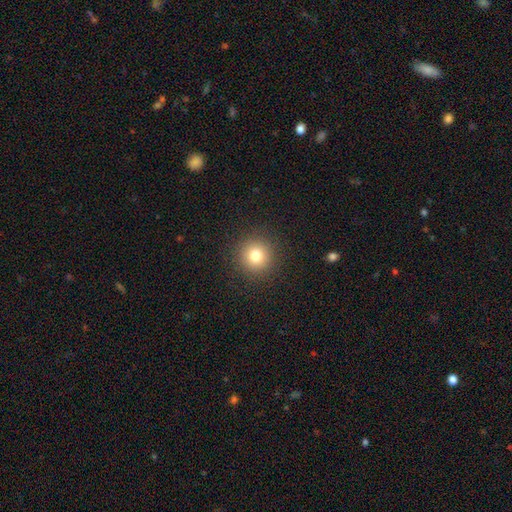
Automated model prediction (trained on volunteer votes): smooth 80%, star or artifact 13%, featured or disk 8%. Down the decision tree: how rounded — round (95%); merging — none (91%).